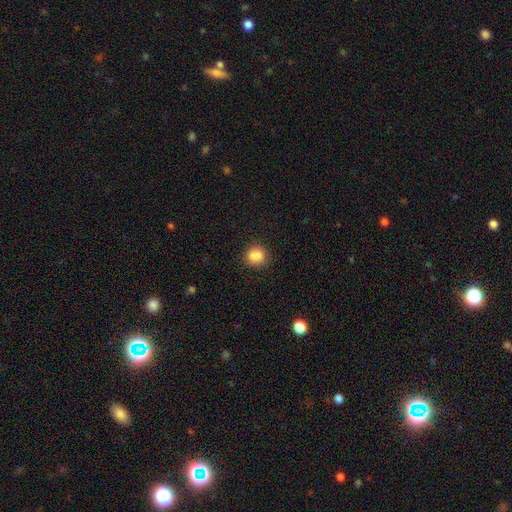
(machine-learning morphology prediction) smooth 83%, star or artifact 10%, featured or disk 7%. Down the decision tree: how rounded — round (75%); merging — none (71%).